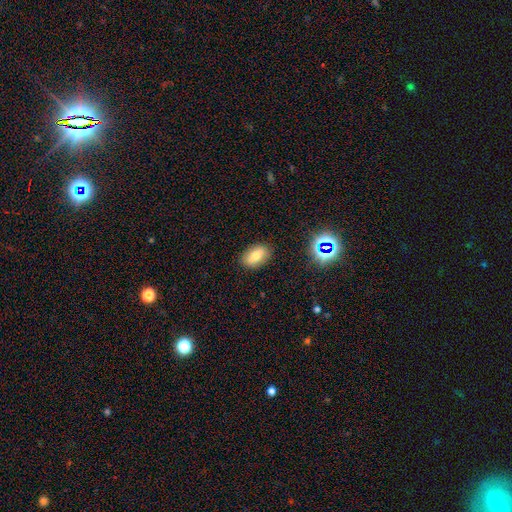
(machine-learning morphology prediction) Smooth or featured: smooth — 74% (featured or disk — 14%)
How rounded: in between — 89% (round — 9%)
Merging: none — 87% (minor disturbance — 9%)